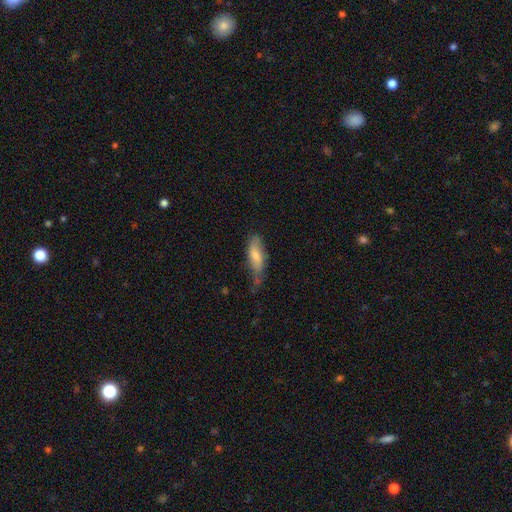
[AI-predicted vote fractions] smooth 69%, featured or disk 25%, star or artifact 6%. Down the decision tree: how rounded — in between (64%); merging — none (44%).